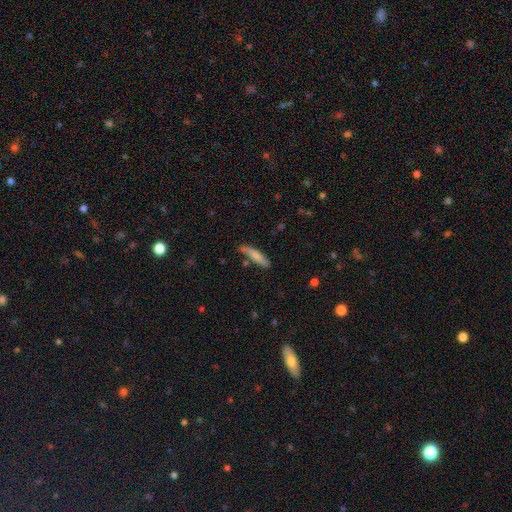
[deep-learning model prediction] Overall: smooth (76%). How rounded: cigar-shaped (83%). Merging: none (72%).